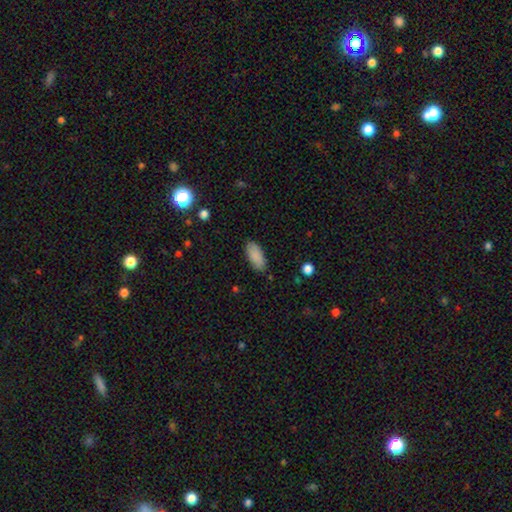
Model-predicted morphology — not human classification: Smooth or featured? Predicted: smooth (p=0.88). How rounded? Predicted: in between (p=0.87). Merging? Predicted: none (p=0.83).